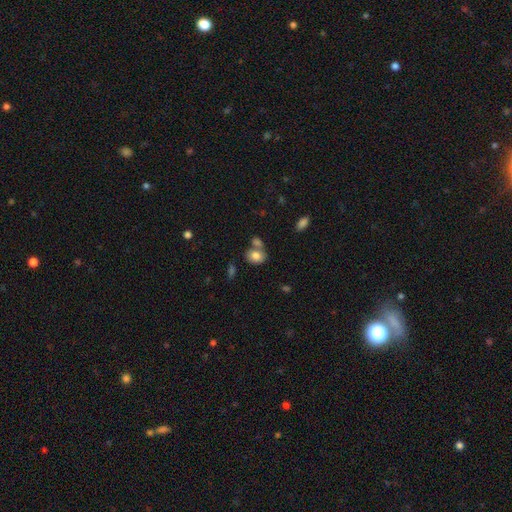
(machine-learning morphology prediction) Smooth or featured?
  - smooth: 80% *
  - featured or disk: 12%
  - star or artifact: 9%
How rounded?
  - in between: 59% *
  - round: 40%
  - cigar-shaped: 1%
Merging?
  - none: 50% *
  - merger: 33%
  - minor disturbance: 13%
  - major disturbance: 5%